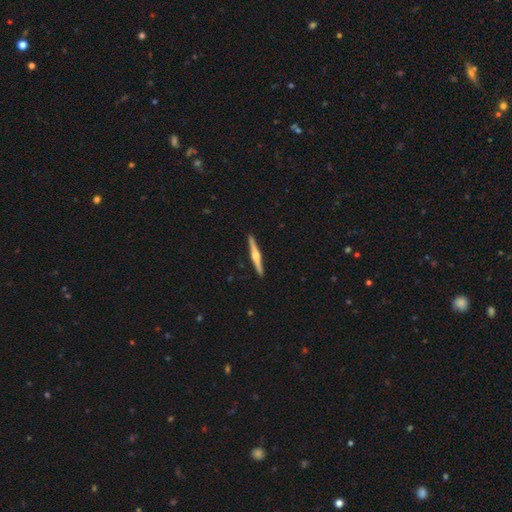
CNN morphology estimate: A featured or disk galaxy (78%) viewed edge-on (99%) with a rounded central bulge (91%). Merging: none (93%).